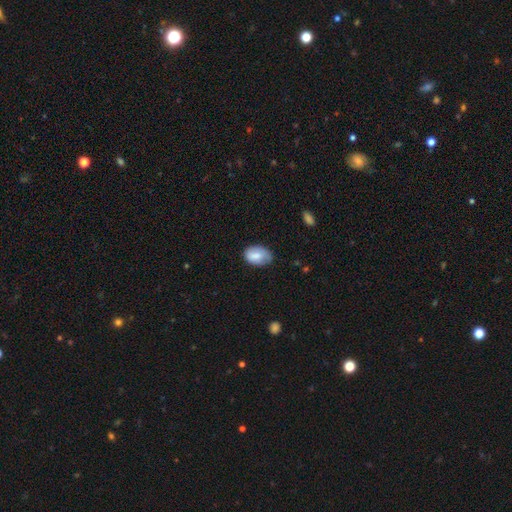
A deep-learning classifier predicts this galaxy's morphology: type=smooth (77%); roundness=in between (87%); merging=none (60%).